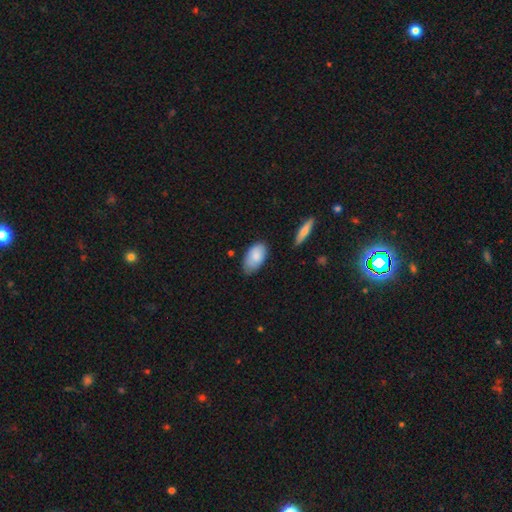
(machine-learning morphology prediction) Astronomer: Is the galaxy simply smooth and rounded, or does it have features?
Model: smooth — 83%.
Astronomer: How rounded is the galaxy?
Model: in between — 94%.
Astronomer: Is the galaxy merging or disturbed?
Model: none — 69%.